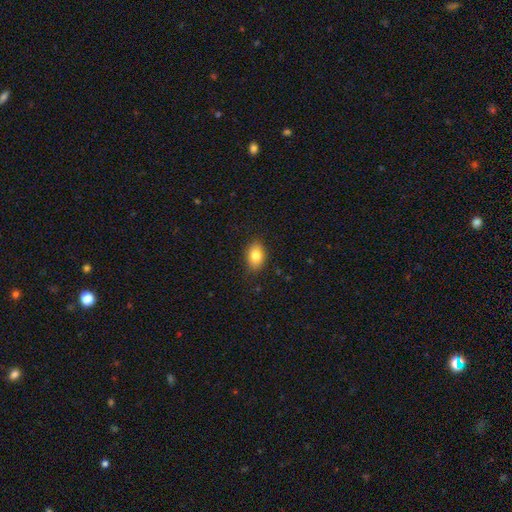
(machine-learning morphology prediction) Q: Smooth or featured?
A: smooth (82%); runner-up: featured or disk (9%)
Q: How rounded?
A: in between (82%); runner-up: round (16%)
Q: Merging?
A: none (85%); runner-up: minor disturbance (12%)